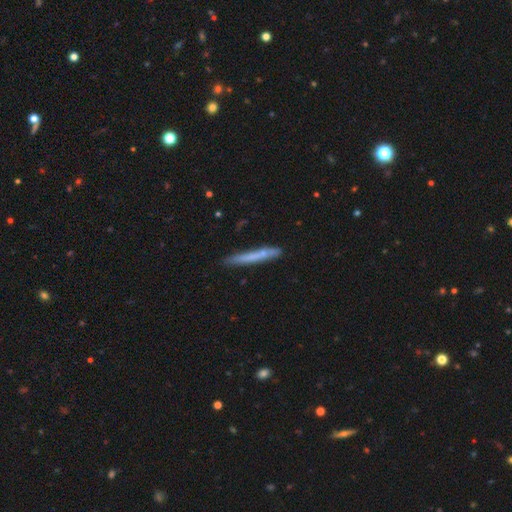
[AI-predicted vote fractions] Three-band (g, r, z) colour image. It shows a smooth galaxy with no disk features (59%) that is cigar-shaped (96%). Merging: none (80%).